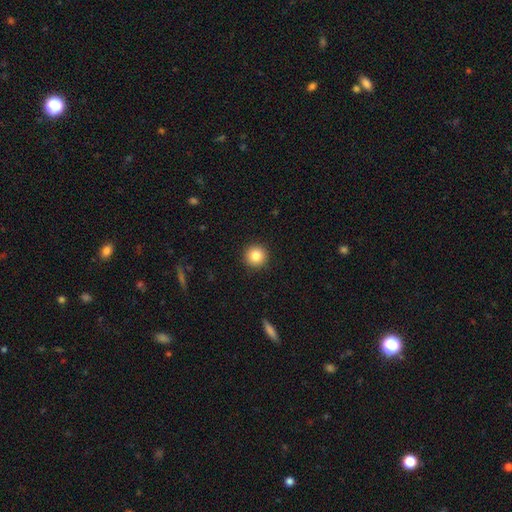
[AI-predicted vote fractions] Overall: smooth (84%). How rounded: round (96%). Merging: none (93%).